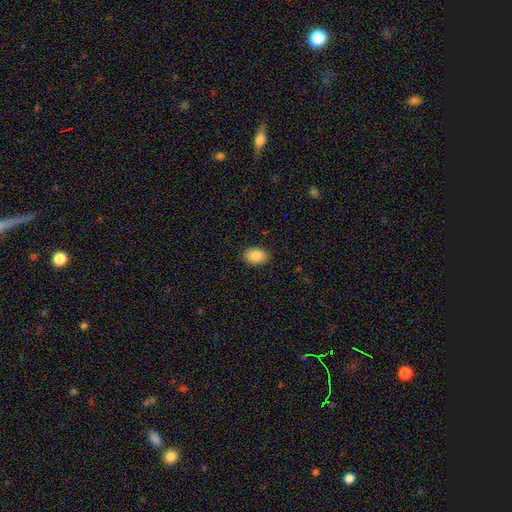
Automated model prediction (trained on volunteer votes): Smooth or featured? smooth (88%)
How rounded? in between (83%)
Merging? none (88%)